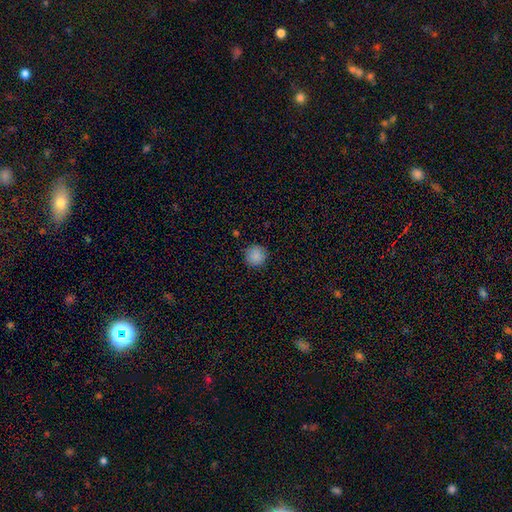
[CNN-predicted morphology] This is clearly a smooth galaxy (88%). How rounded: clearly round (94%). Merging: clearly none (89%).